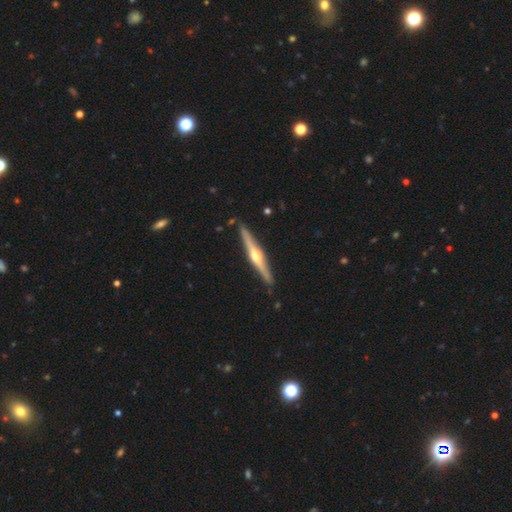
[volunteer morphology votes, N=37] Overall: featured or disk (84%). Edge-on disk: yes (100%). Edge-on bulge: rounded (90%). Merging: none (95%).